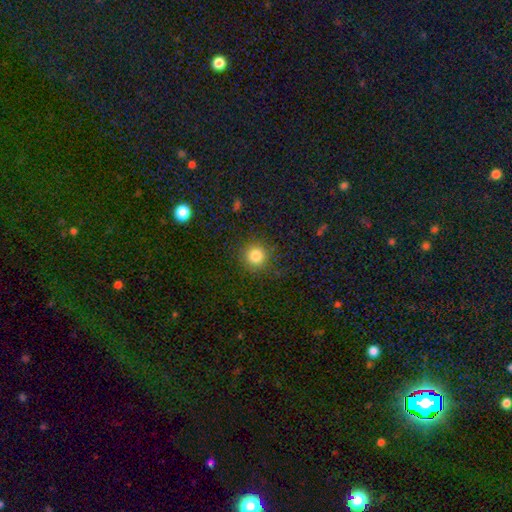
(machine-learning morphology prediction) Smooth or featured? smooth (83%)
How rounded? round (94%)
Merging? none (87%)